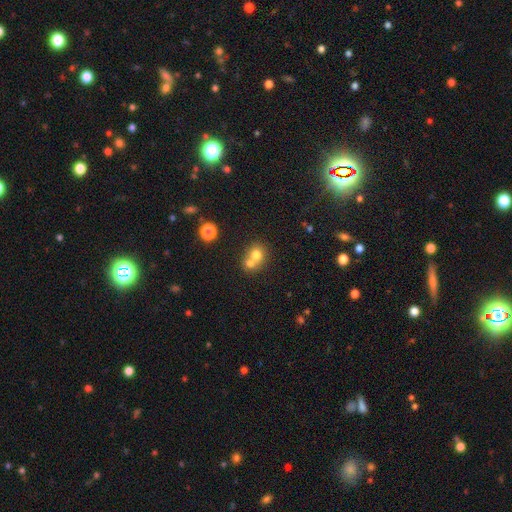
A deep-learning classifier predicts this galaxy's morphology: Smooth or featured? smooth (72%)
How rounded? round (74%)
Merging? merger (62%)